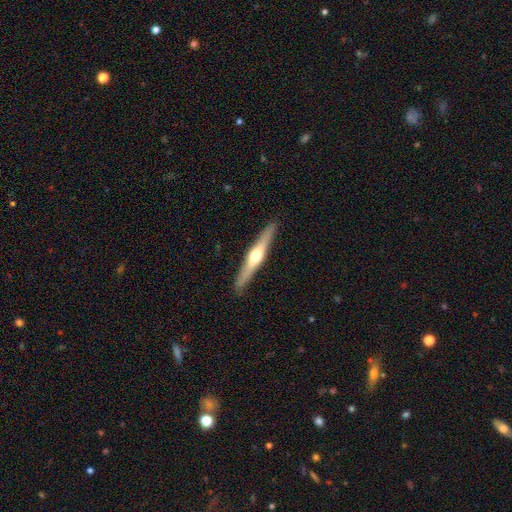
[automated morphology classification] Smooth or featured?
  - featured or disk: 67% *
  - smooth: 28%
  - star or artifact: 5%
Edge-on disk?
  - yes: 96% *
  - no: 4%
Edge-on bulge?
  - rounded: 92% *
  - none: 5%
  - boxy: 4%
Merging?
  - none: 90% *
  - minor disturbance: 7%
  - major disturbance: 1%
  - merger: 1%